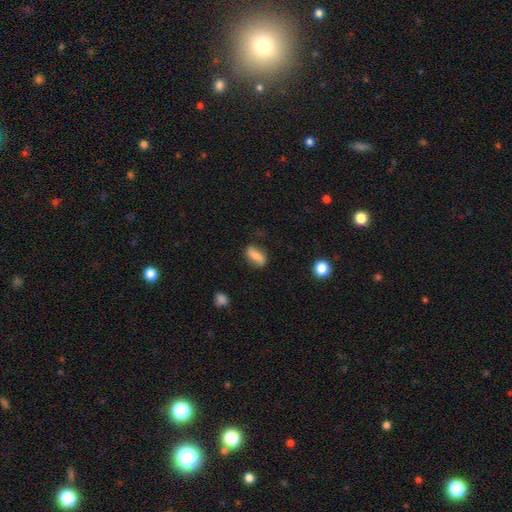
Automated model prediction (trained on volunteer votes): A smooth galaxy with no disk features (73%) that is in between round and cigar-shaped (72%).

Vote fractions:
- Smooth or featured? smooth: 73% / featured or disk: 19% / star or artifact: 8%
- How rounded? in between: 72% / cigar-shaped: 22% / round: 6%
- Merging? none: 80% / minor disturbance: 14% / major disturbance: 4% / merger: 2%